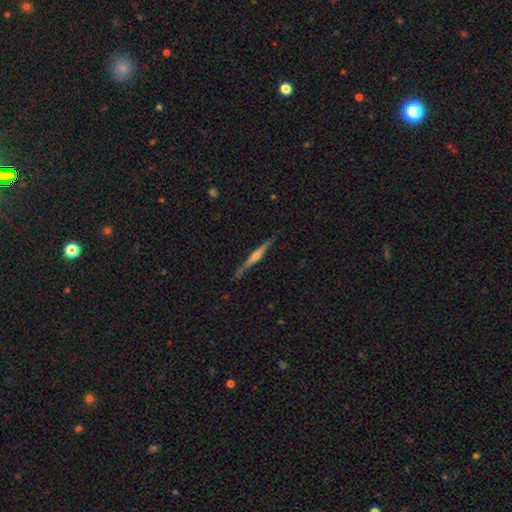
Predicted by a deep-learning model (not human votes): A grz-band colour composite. It shows a featured or disk galaxy (78%) viewed edge-on (98%) with a rounded central bulge (87%). Merging: none (87%).